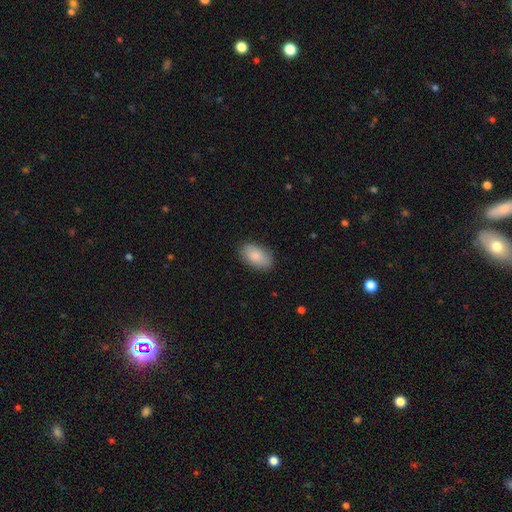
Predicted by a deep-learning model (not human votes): smooth 86%, featured or disk 8%, star or artifact 6%. Down the decision tree: how rounded — in between (94%); merging — none (84%).